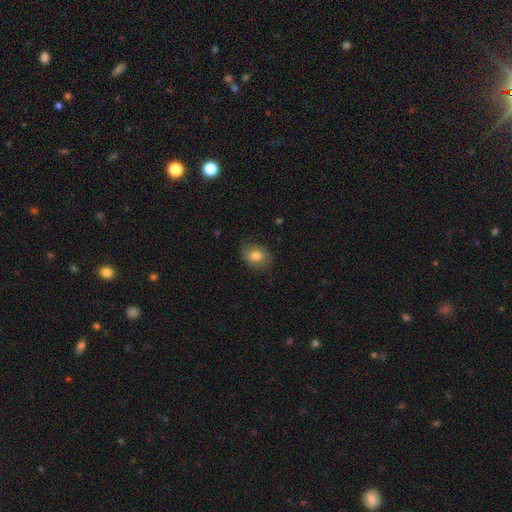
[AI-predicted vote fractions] Overall: smooth (78%). How rounded: round (50%; in between 49%). Merging: none (76%).